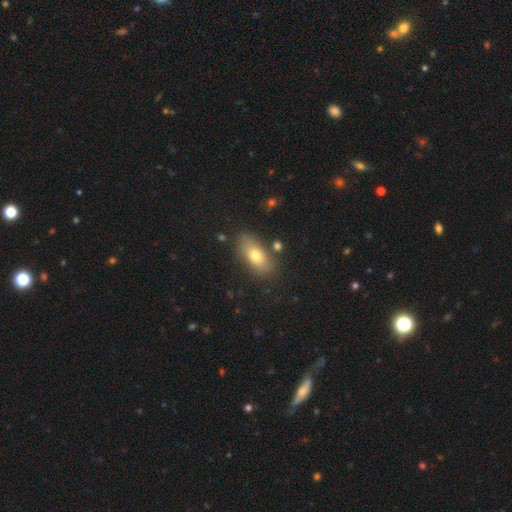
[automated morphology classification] smooth_or_featured: smooth (p=0.73) [alt: featured or disk p=0.18]
how_rounded: in between (p=0.84) [alt: cigar-shaped p=0.10]
merging: none (p=0.80) [alt: minor disturbance p=0.12]